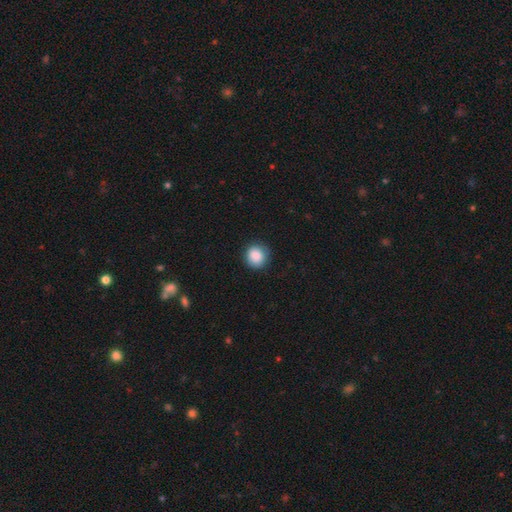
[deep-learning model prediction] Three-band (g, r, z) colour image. It shows a smooth galaxy with no disk features (87%) that is round (87%). Merging: none (85%).